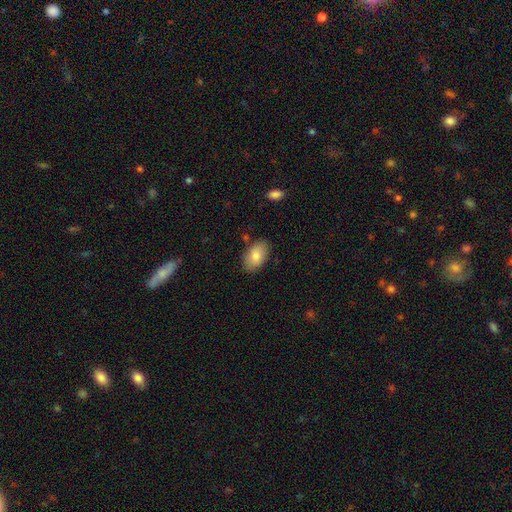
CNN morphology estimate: This appears to be a smooth galaxy with no disk features (81%) that is in between round and cigar-shaped (91%). Merging: none (81%).